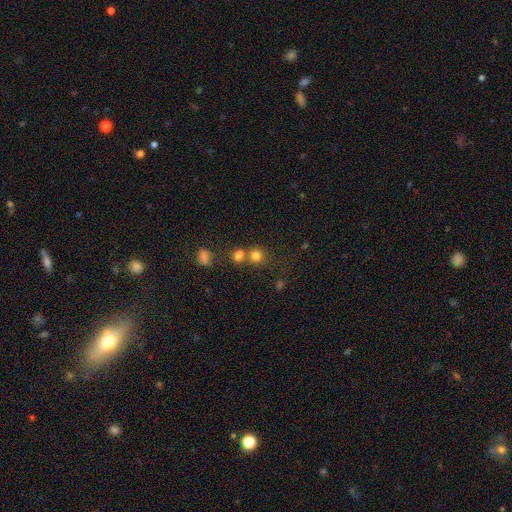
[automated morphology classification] Smooth or featured? Predicted: smooth (p=0.77). How rounded? Predicted: round (p=0.82). Merging? Predicted: none (p=0.50).